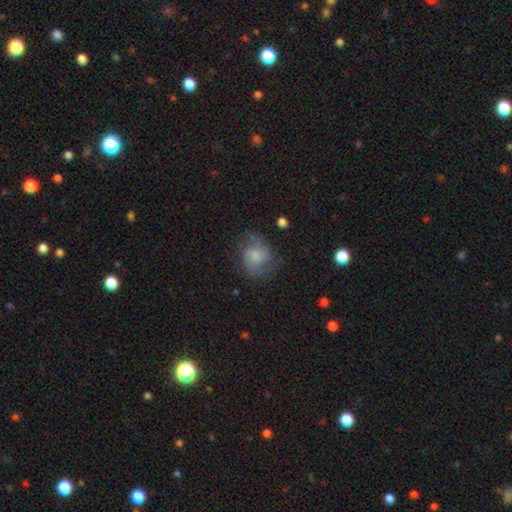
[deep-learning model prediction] smooth_or_featured: smooth (p=0.47) [alt: featured or disk p=0.44]
merging: none (p=0.54) [alt: minor disturbance p=0.25]